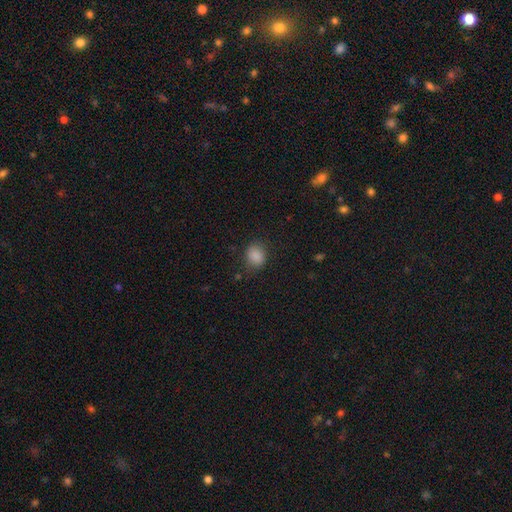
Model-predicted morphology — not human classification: Smooth or featured? Predicted: smooth (p=0.87). How rounded? Predicted: round (p=0.56). Merging? Predicted: none (p=0.79).